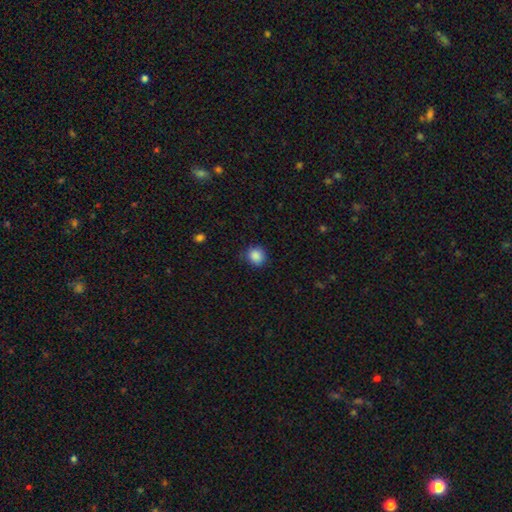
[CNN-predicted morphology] This is clearly a smooth galaxy (88%). How rounded: clearly round (85%). Merging: clearly none (80%).